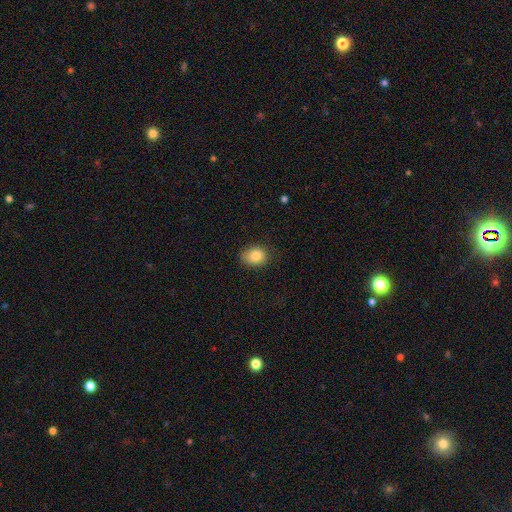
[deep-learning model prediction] A smooth galaxy with no disk features (84%) that is in between round and cigar-shaped (54%).

Vote fractions:
- Smooth or featured? smooth: 84% / star or artifact: 9% / featured or disk: 7%
- How rounded? in between: 54% / round: 45% / cigar-shaped: 1%
- Merging? none: 79% / minor disturbance: 16% / major disturbance: 4% / merger: 1%